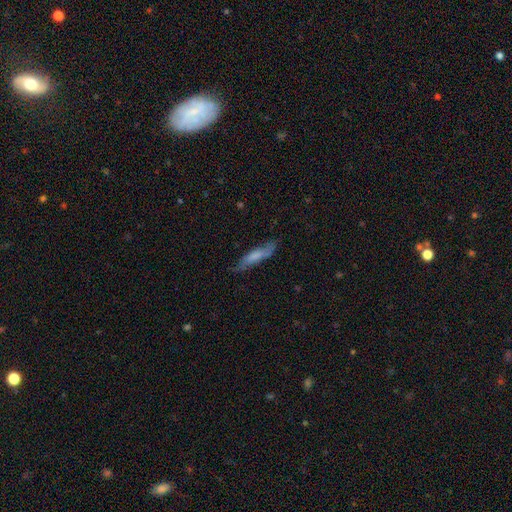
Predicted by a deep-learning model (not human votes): Morphology: type=smooth (59%); roundness=cigar-shaped (78%); merging=none (69%).